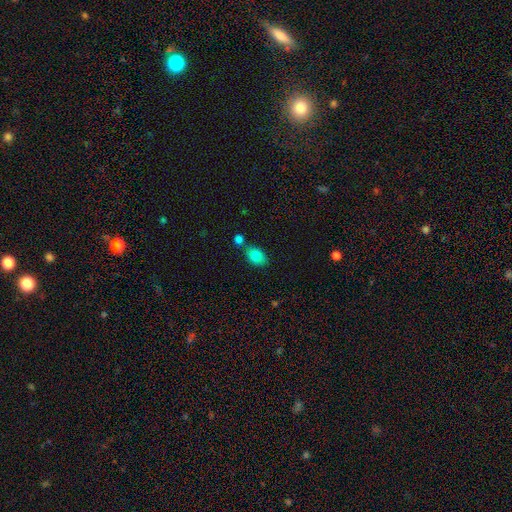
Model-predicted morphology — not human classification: Smooth or featured? smooth (83%)
How rounded? in between (80%)
Merging? none (59%)